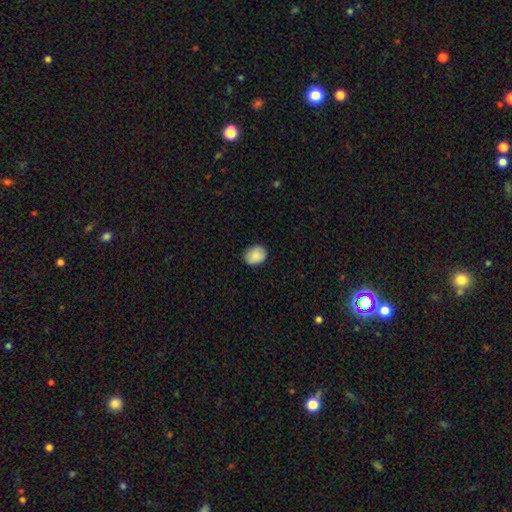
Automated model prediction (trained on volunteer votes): Q: Smooth or featured?
A: smooth (89%); runner-up: star or artifact (7%)
Q: How rounded?
A: round (56%); runner-up: in between (44%)
Q: Merging?
A: none (86%); runner-up: minor disturbance (11%)